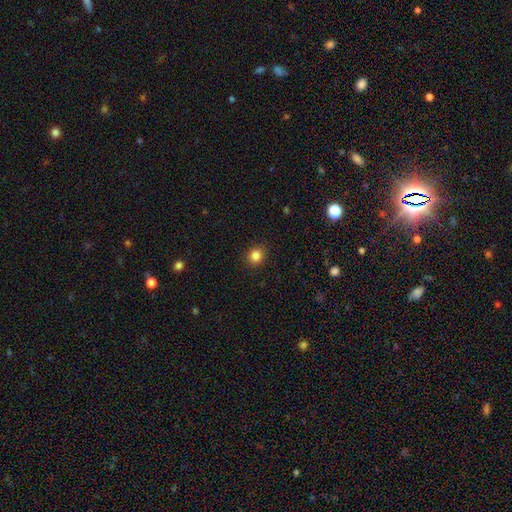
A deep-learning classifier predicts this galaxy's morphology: A smooth galaxy with no disk features (85%) that is round (85%).

Vote fractions:
- Smooth or featured? smooth: 85% / star or artifact: 11% / featured or disk: 4%
- How rounded? round: 85% / in between: 14% / cigar-shaped: 1%
- Merging? none: 91% / minor disturbance: 6% / major disturbance: 2% / merger: 1%